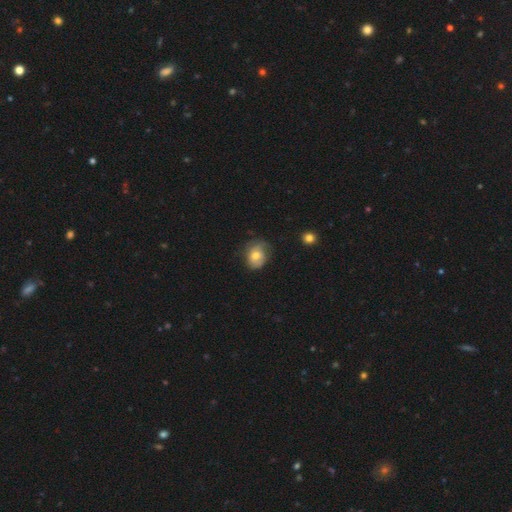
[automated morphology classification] Overall: smooth (60%; featured or disk 32%). How rounded: in between (50%; round 49%). Merging: none (53%; minor disturbance 33%).